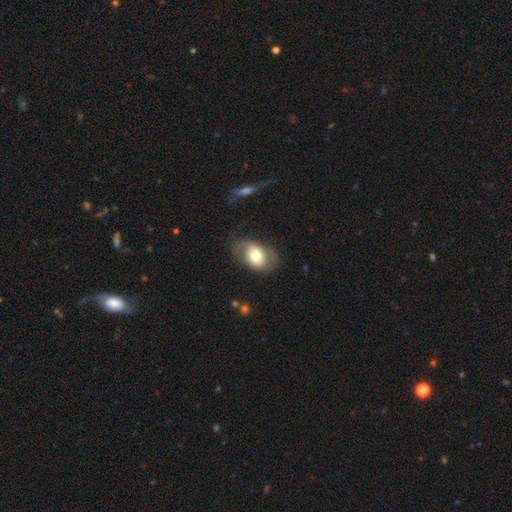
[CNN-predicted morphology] smooth_or_featured: smooth (p=0.62) [alt: featured or disk p=0.31]
how_rounded: in between (p=0.81) [alt: round p=0.18]
merging: none (p=0.64) [alt: minor disturbance p=0.24]